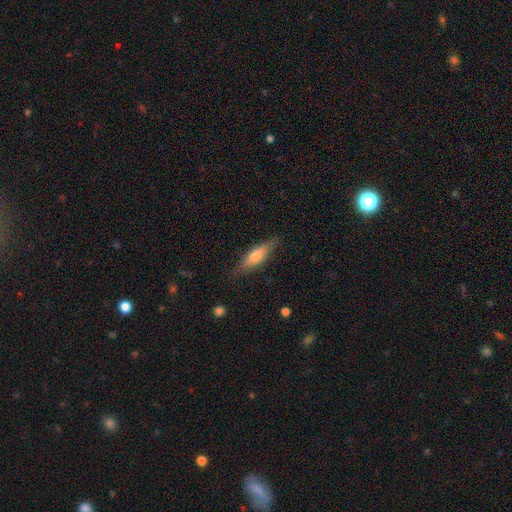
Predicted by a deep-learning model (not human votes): Smooth or featured? Predicted: smooth (p=0.57). How rounded? Predicted: cigar-shaped (p=0.64). Merging? Predicted: none (p=0.82).